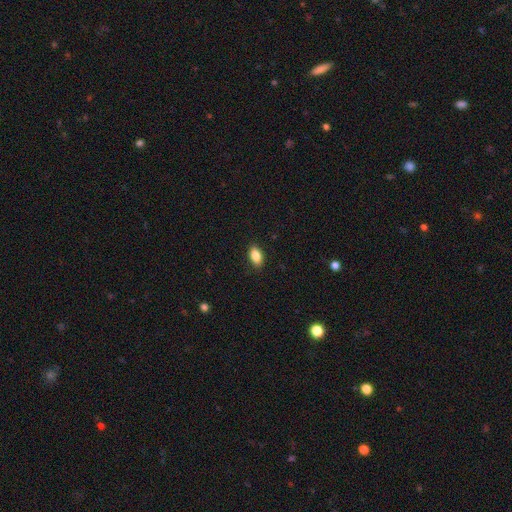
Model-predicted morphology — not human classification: smooth 86%, star or artifact 8%, featured or disk 6%. Down the decision tree: how rounded — in between (90%); merging — none (89%).